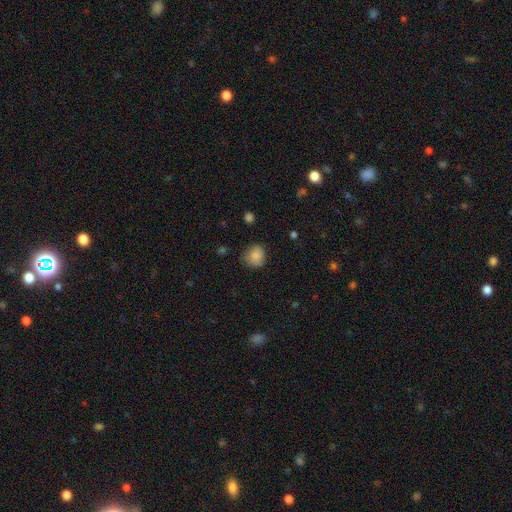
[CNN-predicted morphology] This appears to be a smooth galaxy with no disk features (84%) that is round (74%). Merging: none (70%).